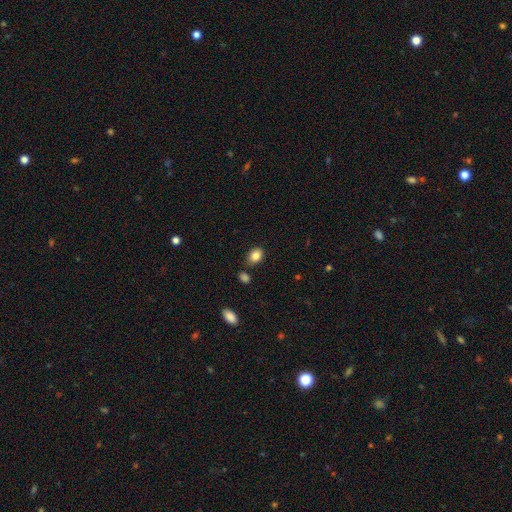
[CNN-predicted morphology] Q: Smooth or featured?
A: smooth (85%); runner-up: star or artifact (9%)
Q: How rounded?
A: in between (73%); runner-up: round (26%)
Q: Merging?
A: none (79%); runner-up: minor disturbance (12%)